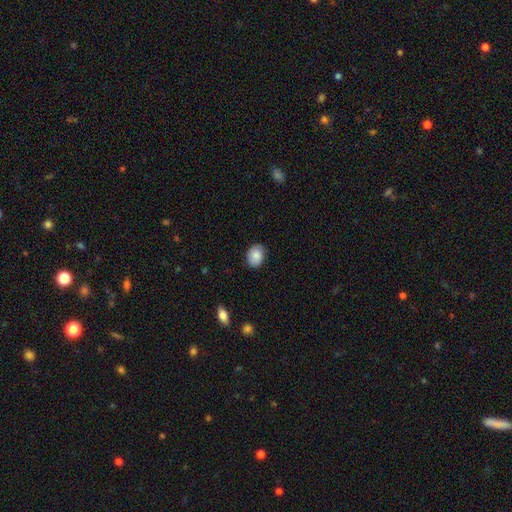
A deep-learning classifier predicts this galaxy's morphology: Overall: smooth (87%). How rounded: in between (68%; round 32%). Merging: none (86%).